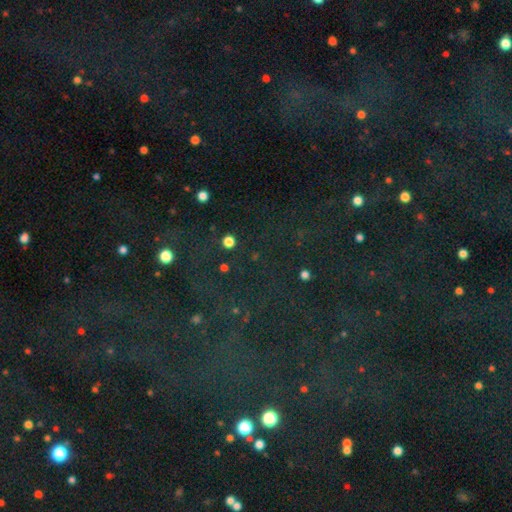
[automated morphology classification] Q: Smooth or featured?
A: star or artifact (80%); runner-up: smooth (11%)